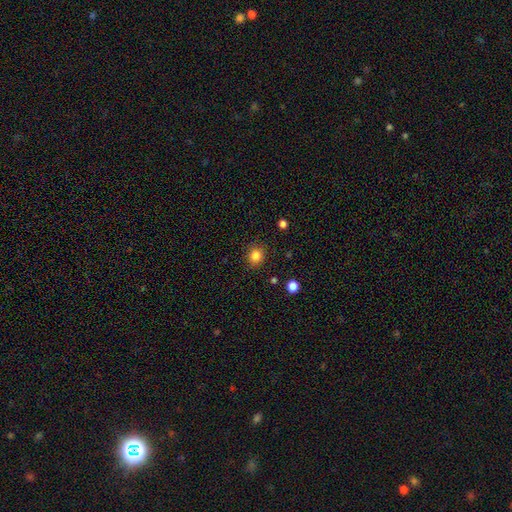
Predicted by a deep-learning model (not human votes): A smooth galaxy with no disk features (84%) that is round (83%). Merging: none (88%).